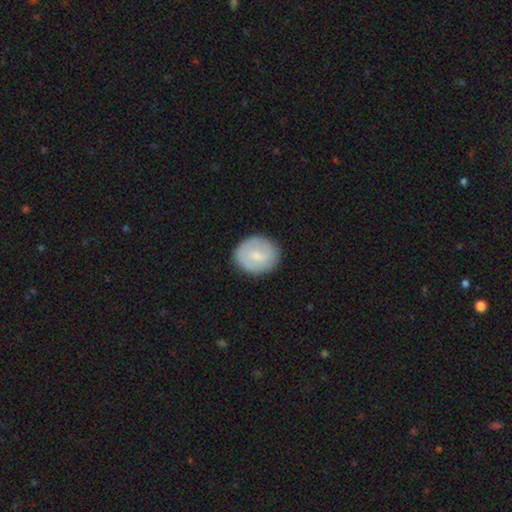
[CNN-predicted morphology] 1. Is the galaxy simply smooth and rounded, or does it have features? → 62% smooth, 32% featured or disk, 6% star or artifact.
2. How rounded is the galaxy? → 75% round, 24% in between, 1% cigar-shaped.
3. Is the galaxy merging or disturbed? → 84% none, 11% minor disturbance, 3% major disturbance, 1% merger.